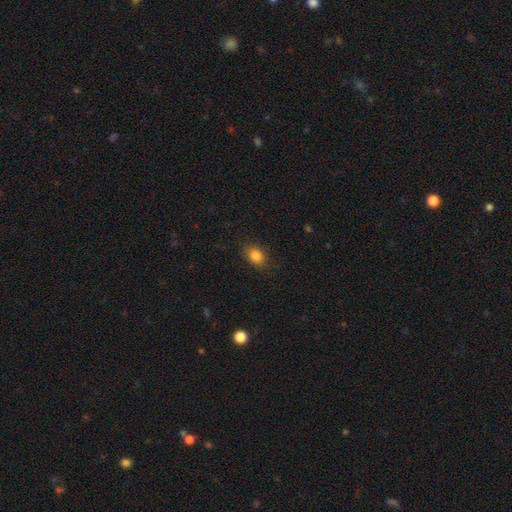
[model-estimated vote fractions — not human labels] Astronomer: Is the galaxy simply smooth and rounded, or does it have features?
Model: smooth — 84%.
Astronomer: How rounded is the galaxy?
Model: in between — 64%.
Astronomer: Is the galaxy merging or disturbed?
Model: none — 86%.